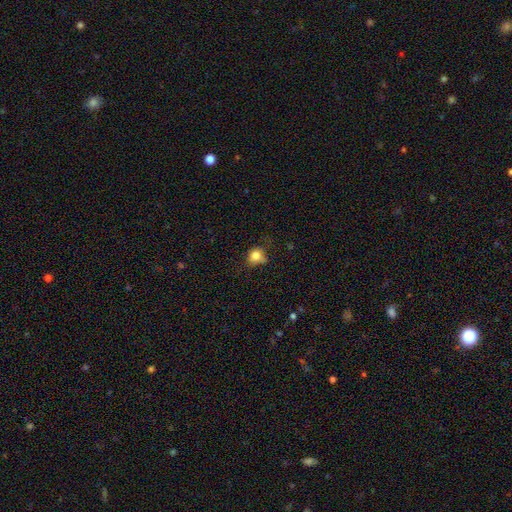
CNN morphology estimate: This is clearly a smooth galaxy (80%). How rounded: likely round (72%). Merging: possibly none (55%).